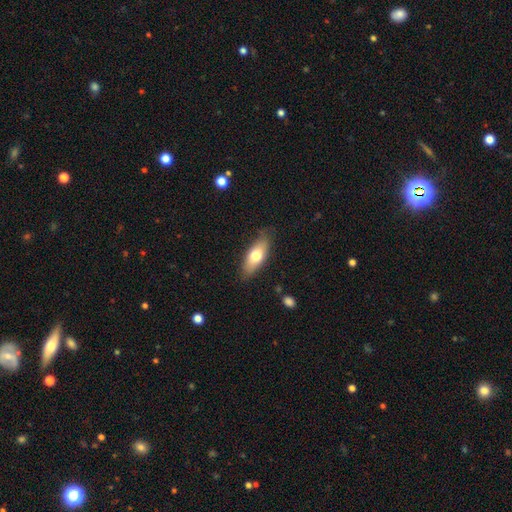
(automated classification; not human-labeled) smooth-or-featured: smooth: 69% | featured or disk: 25% | star or artifact: 6%
  how-rounded: in between: 72% | cigar-shaped: 26% | round: 3%
  merging: none: 82% | minor disturbance: 14% | major disturbance: 3% | merger: 1%